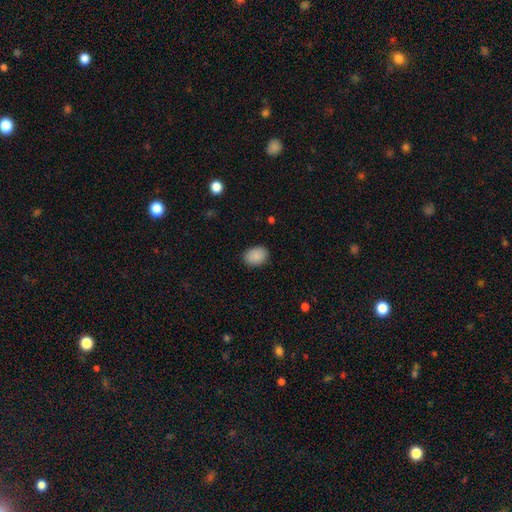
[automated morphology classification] A smooth galaxy with no disk features (89%) that is in between round and cigar-shaped (75%). Merging: none (86%).